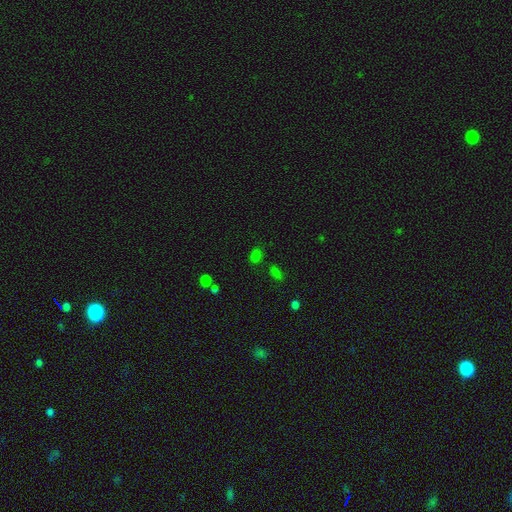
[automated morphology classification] Smooth or featured: smooth — 70% (star or artifact — 25%)
How rounded: in between — 66% (round — 32%)
Merging: none — 76% (minor disturbance — 13%)